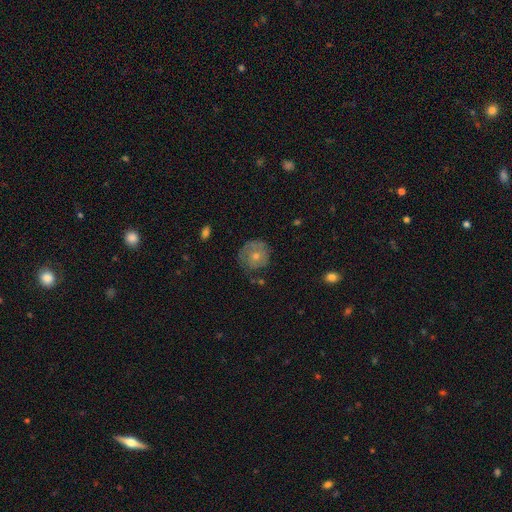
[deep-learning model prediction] This appears to be a smooth galaxy with no disk features (58%) that is round (90%). Merging: none (64%).